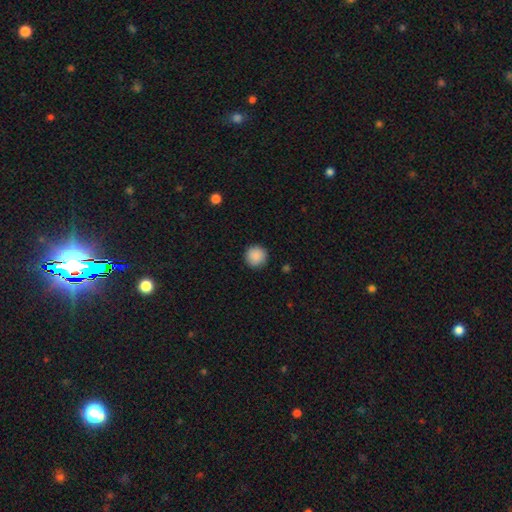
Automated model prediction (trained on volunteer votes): Overall: smooth (89%). How rounded: round (96%). Merging: none (92%).